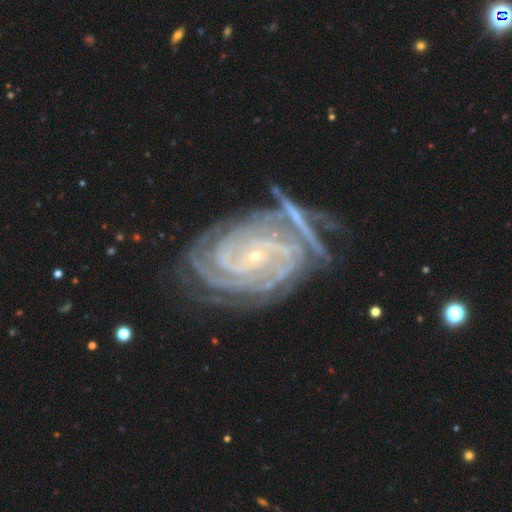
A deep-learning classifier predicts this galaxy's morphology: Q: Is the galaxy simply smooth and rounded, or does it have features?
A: featured or disk — 91%.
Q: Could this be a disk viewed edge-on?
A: no — 97%.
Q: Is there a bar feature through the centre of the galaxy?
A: no — 51%.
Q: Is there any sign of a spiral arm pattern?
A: yes — 98%.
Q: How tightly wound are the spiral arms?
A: tight — 79%.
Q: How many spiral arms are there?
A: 4 — 27%.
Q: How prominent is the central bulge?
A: small — 88%.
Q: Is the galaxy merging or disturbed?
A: none — 55%.